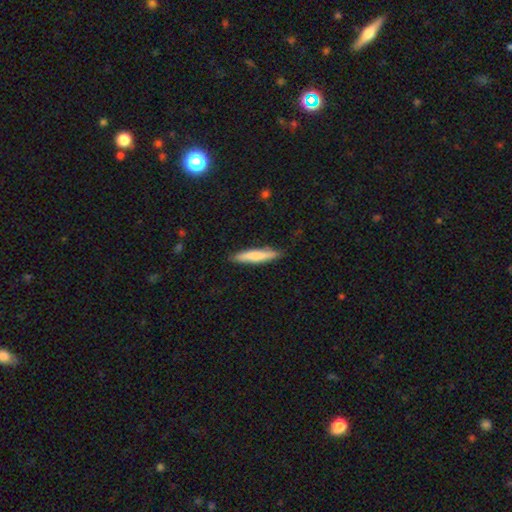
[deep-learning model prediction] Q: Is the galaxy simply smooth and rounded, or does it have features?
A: smooth — 75%.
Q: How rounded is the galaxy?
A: cigar-shaped — 87%.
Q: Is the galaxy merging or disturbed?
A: none — 85%.